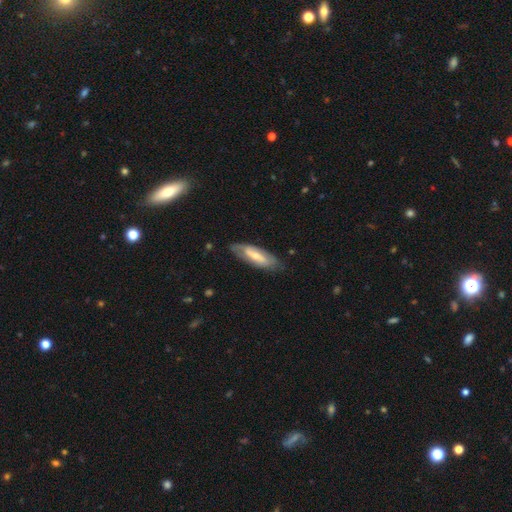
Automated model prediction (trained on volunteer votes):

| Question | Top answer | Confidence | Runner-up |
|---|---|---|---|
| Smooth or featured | featured or disk | 56% | smooth (39%) |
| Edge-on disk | no | 79% | yes (21%) |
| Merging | none | 75% | minor disturbance (18%) |